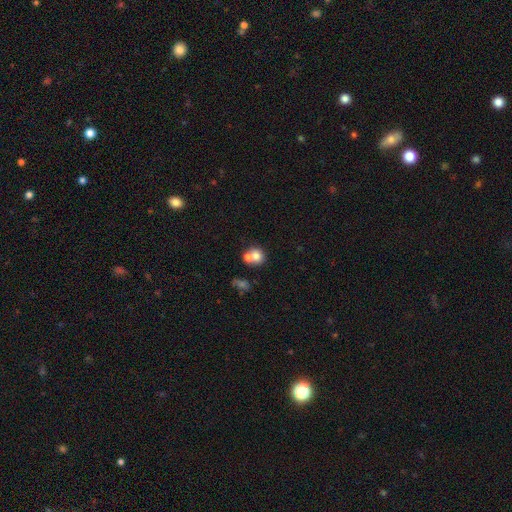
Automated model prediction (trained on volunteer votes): Morphology: type=smooth (72%); roundness=round (74%); merging=merger (54%).